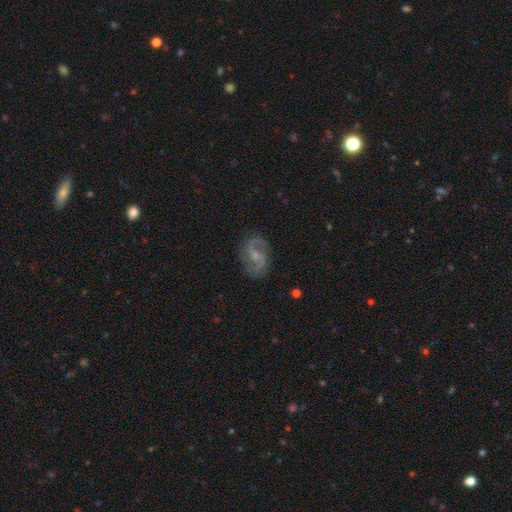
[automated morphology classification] A featured or disk galaxy (85%) with a weak bar (53%), 2 (91%) medium (55%) spiral arms (96%) and a small central bulge (50%). Merging: none (81%).